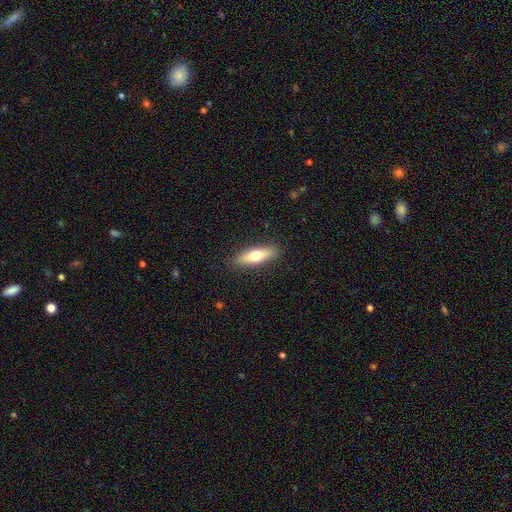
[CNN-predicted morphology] Overall: smooth (63%; featured or disk 31%). How rounded: cigar-shaped (57%; in between 41%). Merging: none (88%).